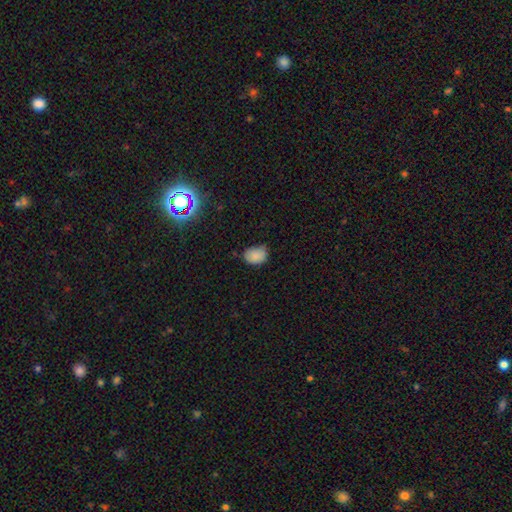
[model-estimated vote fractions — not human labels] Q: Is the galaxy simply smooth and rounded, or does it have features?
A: smooth — 85%.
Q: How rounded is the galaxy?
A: in between — 67%.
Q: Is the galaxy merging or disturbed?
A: none — 57%.